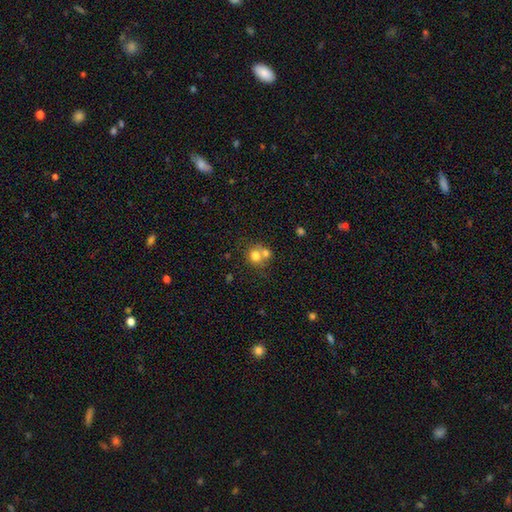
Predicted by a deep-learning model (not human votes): Smooth or featured? smooth (73%)
How rounded? round (79%)
Merging? merger (52%)